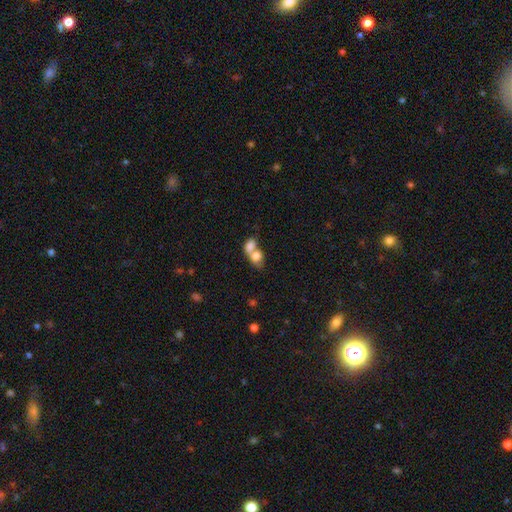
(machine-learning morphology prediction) The model was most divided on "how rounded": in between: 68%, round: 30%, cigar-shaped: 2%. More confident: smooth or featured — smooth (76%); merging — merger (75%).